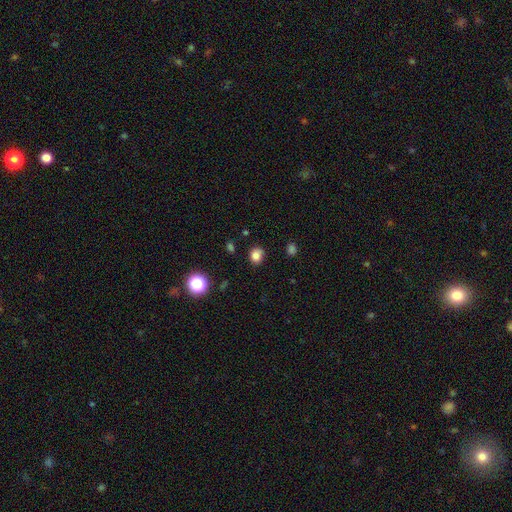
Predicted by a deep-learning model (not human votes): Q: Smooth or featured?
A: smooth (81%); runner-up: star or artifact (14%)
Q: How rounded?
A: round (66%); runner-up: in between (33%)
Q: Merging?
A: none (78%); runner-up: minor disturbance (15%)